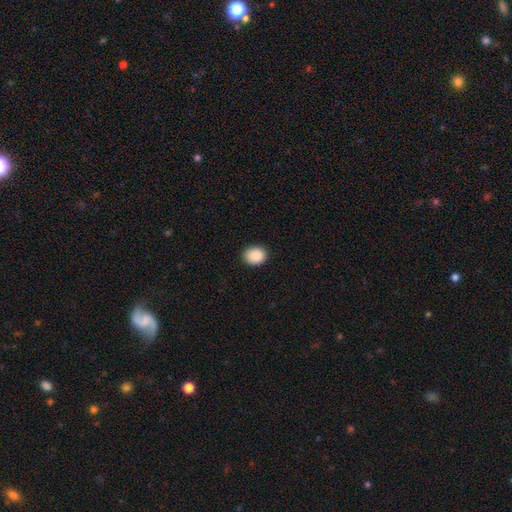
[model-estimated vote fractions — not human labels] smooth_or_featured: smooth (p=0.89) [alt: star or artifact p=0.08]
how_rounded: round (p=0.52) [alt: in between p=0.47]
merging: none (p=0.90) [alt: minor disturbance p=0.08]